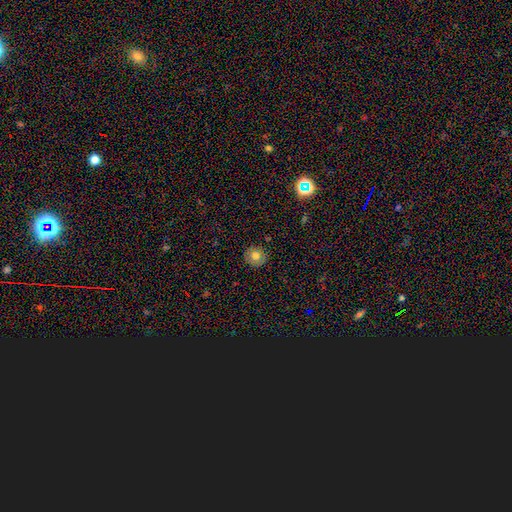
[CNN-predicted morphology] The model was most divided on "smooth or featured": smooth: 74%, featured or disk: 15%, star or artifact: 11%. More confident: how rounded — round (90%); merging — none (89%).